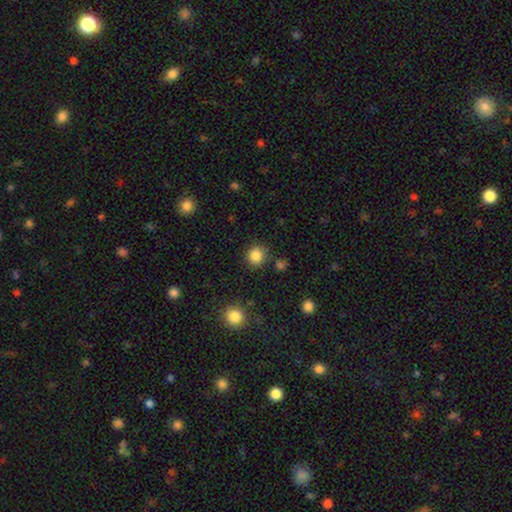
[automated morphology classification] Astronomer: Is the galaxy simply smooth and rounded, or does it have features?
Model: smooth — 85%.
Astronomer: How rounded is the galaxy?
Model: round — 88%.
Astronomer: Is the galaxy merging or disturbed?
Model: none — 84%.